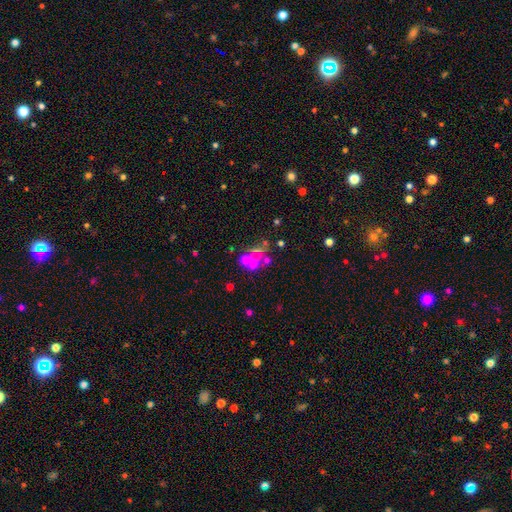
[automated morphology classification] Smooth or featured: featured or disk — 38% (smooth — 36%)
Merging: merger — 46% (none — 35%)